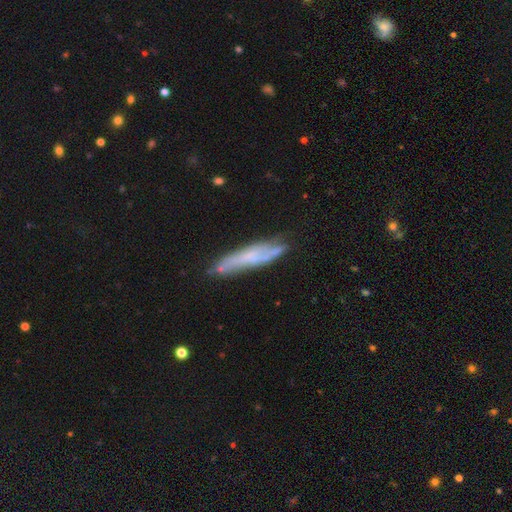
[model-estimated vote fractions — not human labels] This appears to be a featured or disk galaxy (50%). Merging: none (71%).